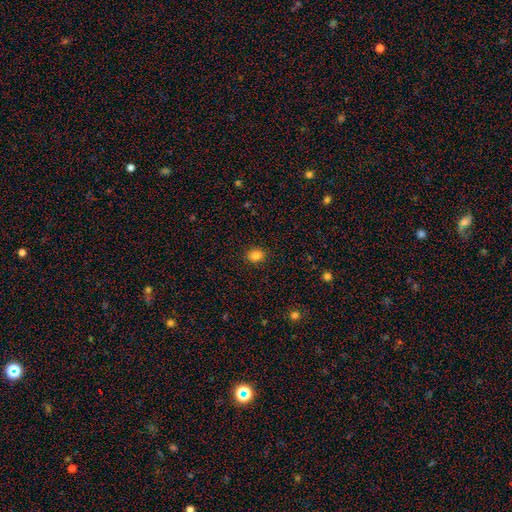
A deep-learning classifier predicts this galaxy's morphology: The model was most divided on "how rounded": round: 59%, in between: 40%, cigar-shaped: 1%. More confident: merging — none (90%); smooth or featured — smooth (84%).